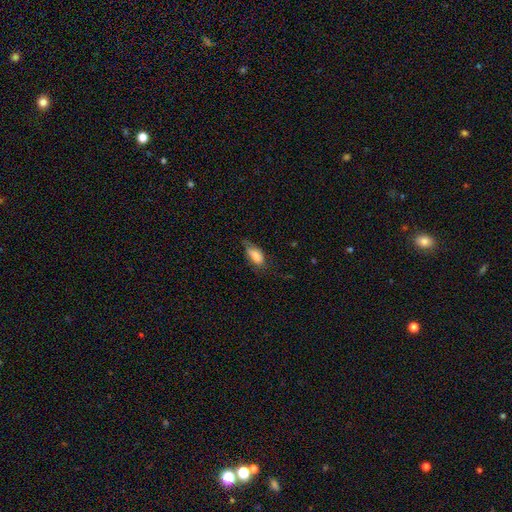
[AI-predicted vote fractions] Overall: smooth (74%). How rounded: in between (85%). Merging: none (46%; minor disturbance 35%).